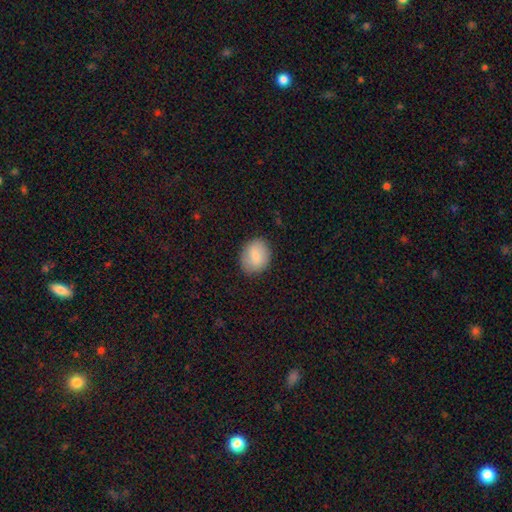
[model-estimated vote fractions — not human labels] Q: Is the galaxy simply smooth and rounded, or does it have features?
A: smooth — 82%.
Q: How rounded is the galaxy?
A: round — 52%.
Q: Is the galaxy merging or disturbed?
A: none — 85%.